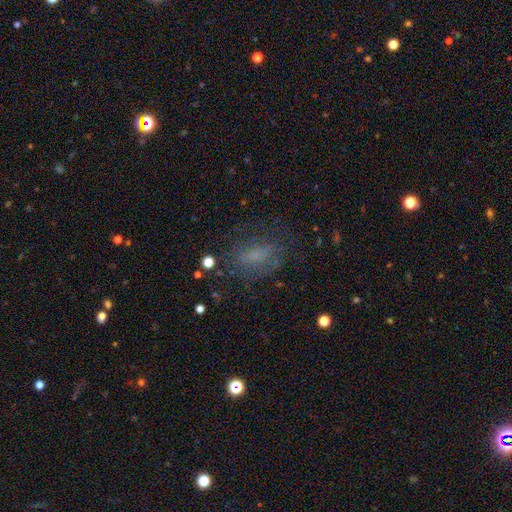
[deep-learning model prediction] A smooth galaxy with no disk features (52%) that is in between round and cigar-shaped (77%). Merging: none (62%).